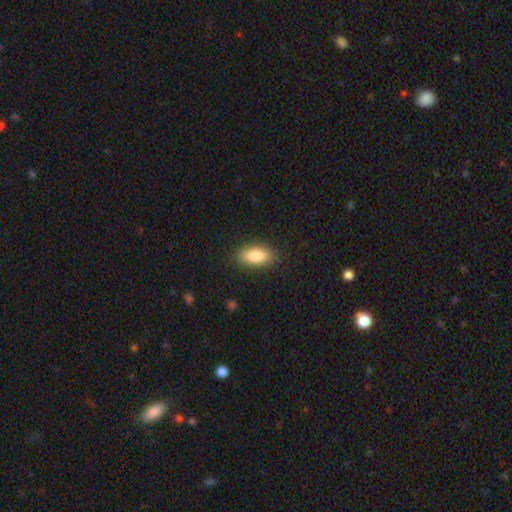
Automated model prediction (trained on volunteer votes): A smooth galaxy with no disk features (84%) that is in between round and cigar-shaped (86%).

Vote fractions:
- Smooth or featured? smooth: 84% / featured or disk: 9% / star or artifact: 7%
- How rounded? in between: 86% / cigar-shaped: 11% / round: 3%
- Merging? none: 87% / minor disturbance: 10% / major disturbance: 2% / merger: 1%